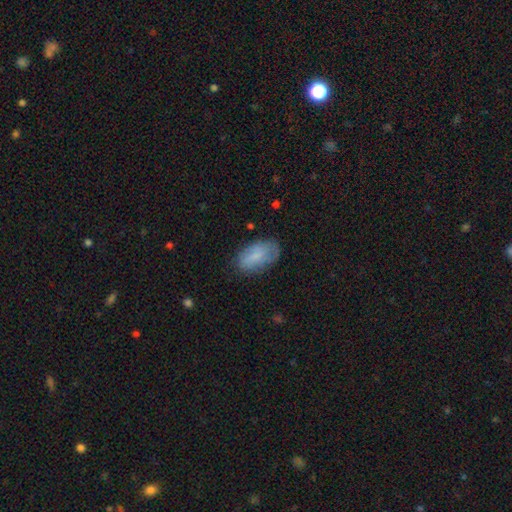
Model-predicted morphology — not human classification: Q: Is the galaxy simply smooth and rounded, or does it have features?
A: smooth — 76%.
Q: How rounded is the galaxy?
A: in between — 94%.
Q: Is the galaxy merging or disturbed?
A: none — 65%.